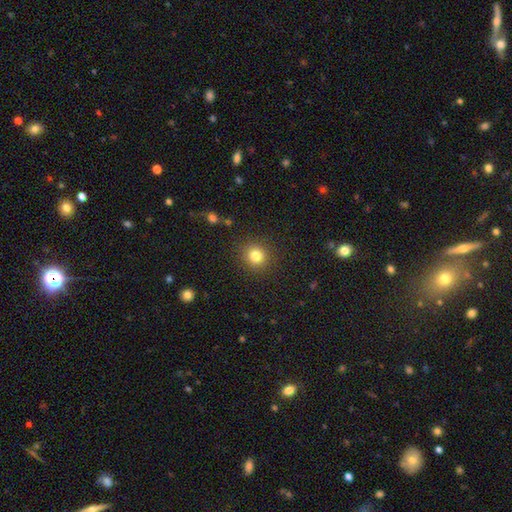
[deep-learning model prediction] smooth_or_featured: smooth (p=0.82) [alt: star or artifact p=0.12]
how_rounded: round (p=0.89) [alt: in between p=0.10]
merging: none (p=0.89) [alt: minor disturbance p=0.07]